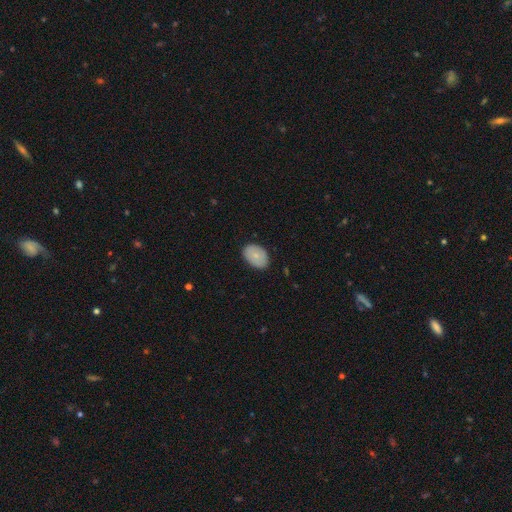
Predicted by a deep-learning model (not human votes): Smooth or featured?
  - smooth: 77% *
  - featured or disk: 16%
  - star or artifact: 6%
How rounded?
  - in between: 86% *
  - round: 13%
  - cigar-shaped: 1%
Merging?
  - none: 85% *
  - minor disturbance: 11%
  - major disturbance: 2%
  - merger: 1%